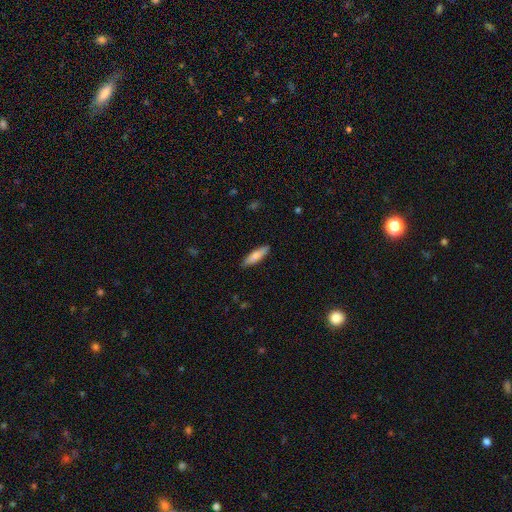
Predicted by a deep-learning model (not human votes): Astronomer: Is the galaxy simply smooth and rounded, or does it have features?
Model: smooth — 78%.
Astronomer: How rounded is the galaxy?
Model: cigar-shaped — 65%.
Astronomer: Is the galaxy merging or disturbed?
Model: none — 87%.